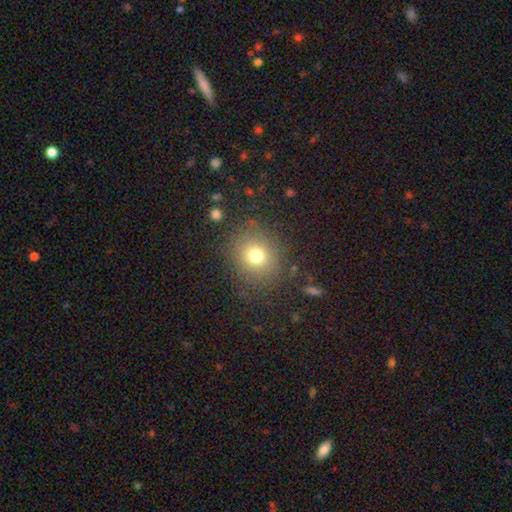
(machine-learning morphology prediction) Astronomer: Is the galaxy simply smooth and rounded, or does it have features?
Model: smooth — 73%.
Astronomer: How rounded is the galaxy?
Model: round — 77%.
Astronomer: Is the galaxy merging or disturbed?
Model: none — 83%.